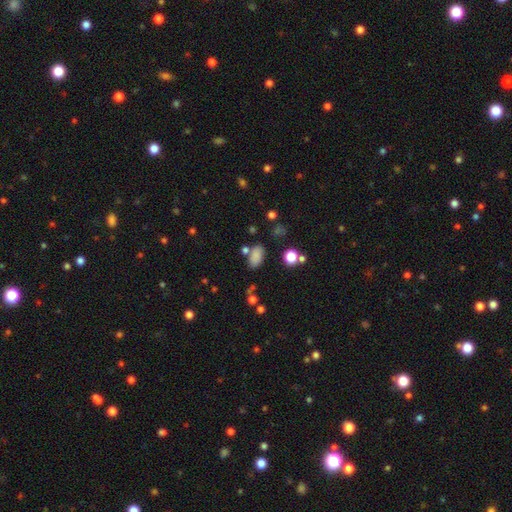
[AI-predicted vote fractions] Smooth or featured? Predicted: smooth (p=0.81). How rounded? Predicted: in between (p=0.90). Merging? Predicted: none (p=0.69).